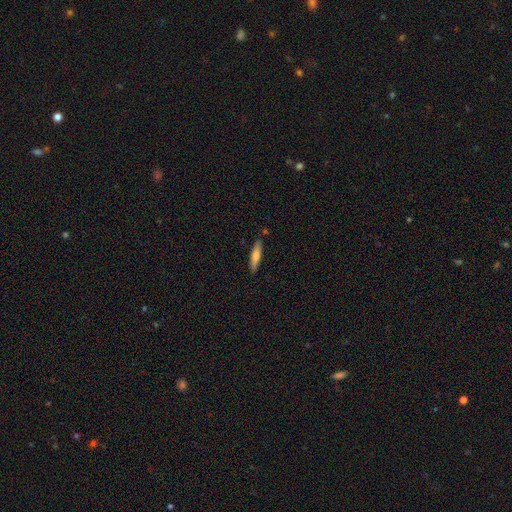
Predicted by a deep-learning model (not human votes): This is likely a smooth galaxy (63%). How rounded: clearly cigar-shaped (81%). Merging: clearly none (86%).